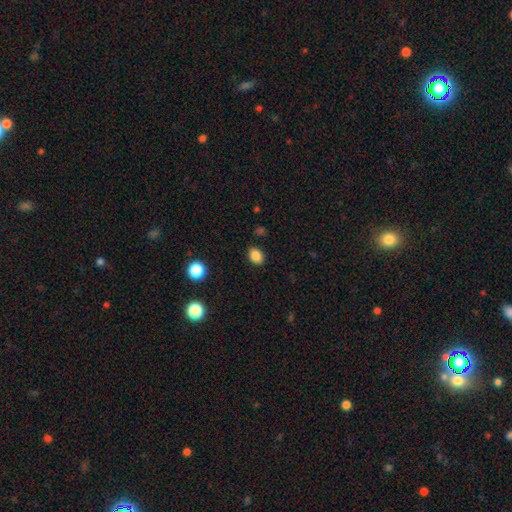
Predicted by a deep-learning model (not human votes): This is clearly a smooth galaxy (86%). How rounded: likely in between (66%). Merging: clearly none (87%).